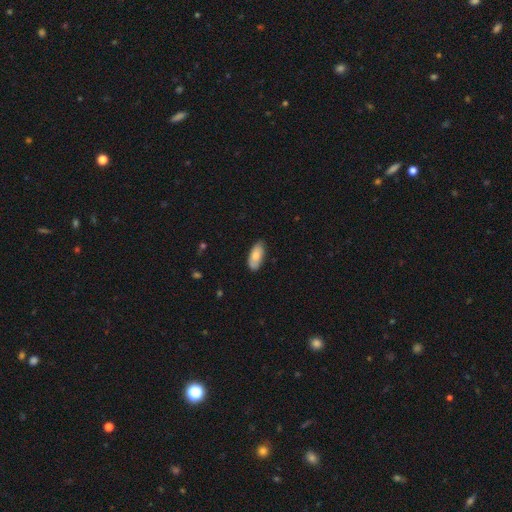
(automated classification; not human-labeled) smooth 75%, featured or disk 19%, star or artifact 6%. Down the decision tree: how rounded — in between (88%); merging — none (79%).